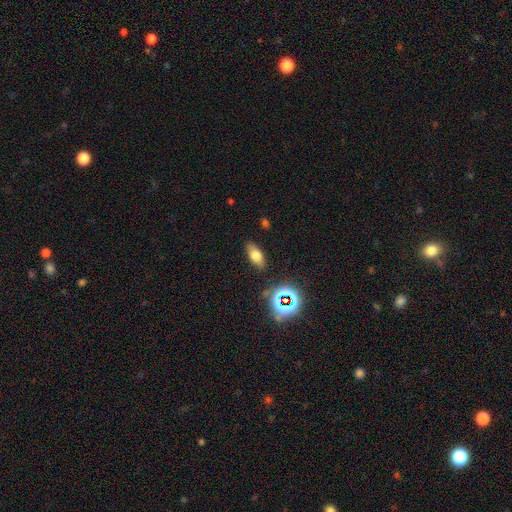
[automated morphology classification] Smooth or featured: smooth — 65% (featured or disk — 19%)
How rounded: in between — 80% (cigar-shaped — 13%)
Merging: none — 84% (minor disturbance — 11%)